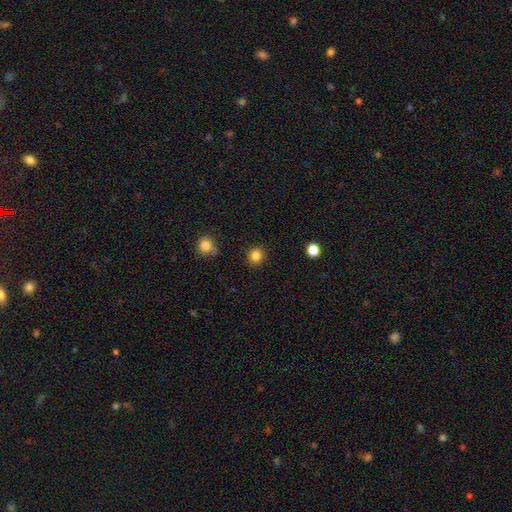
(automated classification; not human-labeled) The model was most divided on "smooth or featured": smooth: 85%, star or artifact: 12%, featured or disk: 4%. More confident: how rounded — round (91%); merging — none (90%).